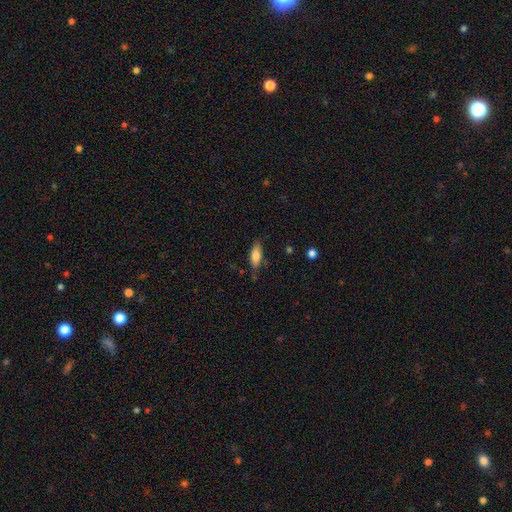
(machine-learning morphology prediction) Smooth or featured: smooth — 78% (featured or disk — 15%)
How rounded: in between — 72% (cigar-shaped — 25%)
Merging: none — 75% (minor disturbance — 19%)